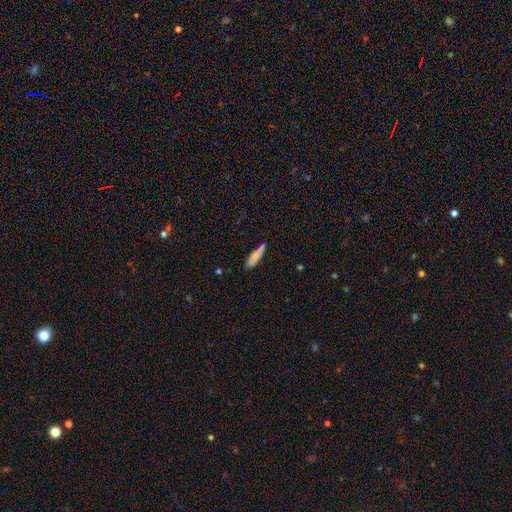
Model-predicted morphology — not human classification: smooth 79%, featured or disk 15%, star or artifact 6%. Down the decision tree: how rounded — cigar-shaped (77%); merging — none (77%).